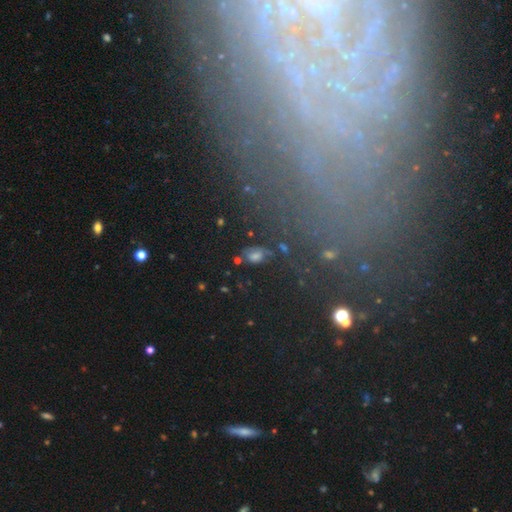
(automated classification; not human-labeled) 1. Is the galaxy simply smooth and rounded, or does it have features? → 47% smooth, 33% star or artifact, 20% featured or disk.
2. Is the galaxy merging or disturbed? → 73% none, 13% minor disturbance, 8% major disturbance, 6% merger.